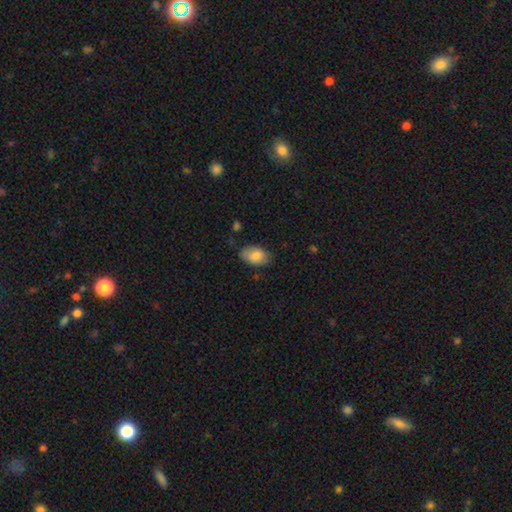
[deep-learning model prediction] The model was most divided on "merging": none: 74%, minor disturbance: 21%, major disturbance: 4%, merger: 2%. More confident: how rounded — in between (91%); smooth or featured — smooth (80%).